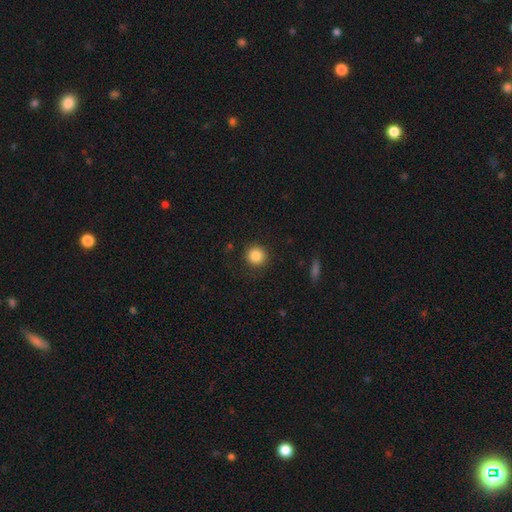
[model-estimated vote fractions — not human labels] Smooth or featured? smooth (86%)
How rounded? round (94%)
Merging? none (90%)